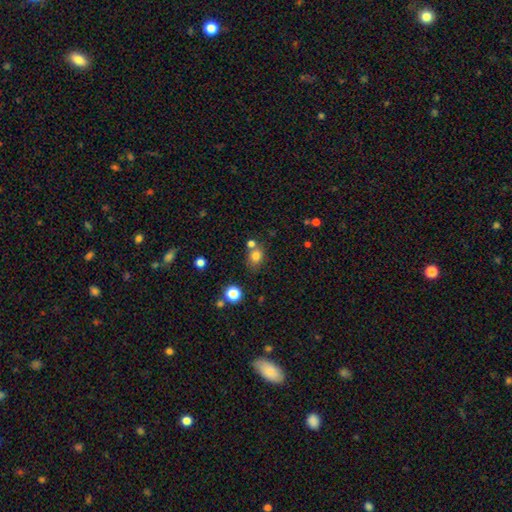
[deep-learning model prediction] smooth 78%, star or artifact 13%, featured or disk 8%. Down the decision tree: how rounded — round (58%); merging — none (62%).